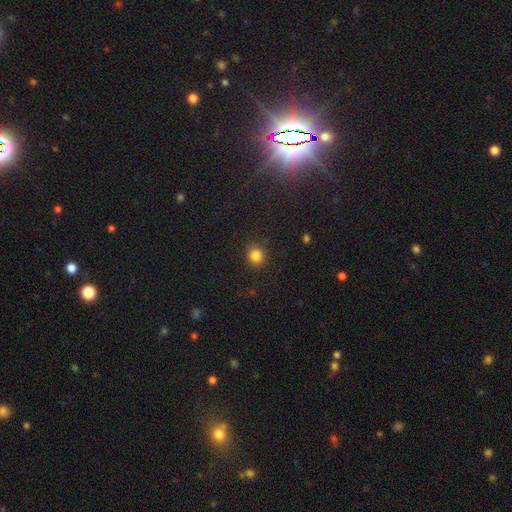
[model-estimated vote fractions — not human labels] Q: Smooth or featured?
A: smooth (84%); runner-up: star or artifact (12%)
Q: How rounded?
A: round (84%); runner-up: in between (15%)
Q: Merging?
A: none (87%); runner-up: minor disturbance (8%)